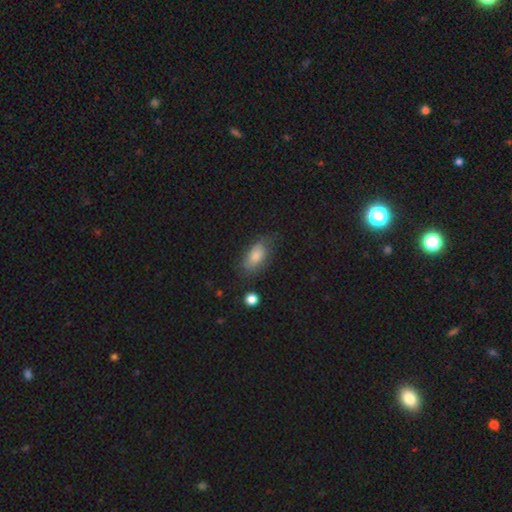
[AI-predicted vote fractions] Smooth or featured? Predicted: smooth (p=0.77). How rounded? Predicted: in between (p=0.88). Merging? Predicted: none (p=0.67).